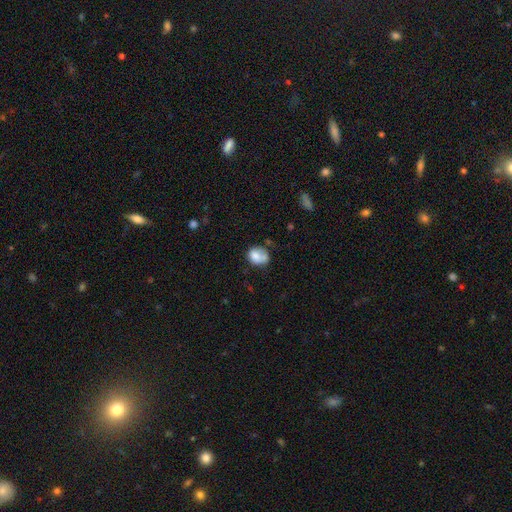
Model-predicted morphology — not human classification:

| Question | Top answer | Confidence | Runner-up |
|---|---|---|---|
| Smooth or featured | smooth | 74% | featured or disk (17%) |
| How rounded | round | 51% | in between (48%) |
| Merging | none | 44% | minor disturbance (29%) |